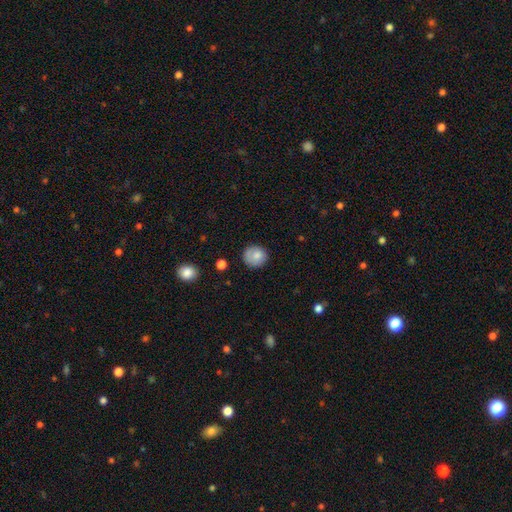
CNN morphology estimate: This appears to be a smooth galaxy with no disk features (79%) that is round (87%). Merging: none (78%).